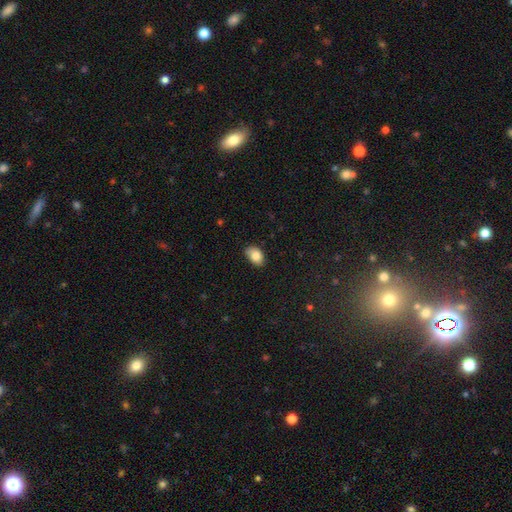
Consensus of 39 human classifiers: smooth-or-featured: smooth: 74% | featured or disk: 21% | star or artifact: 5%
  how-rounded: in between: 83% | round: 17% | cigar-shaped: 0%
  merging: none: 62% | minor disturbance: 32% | major disturbance: 5% | merger: 0%